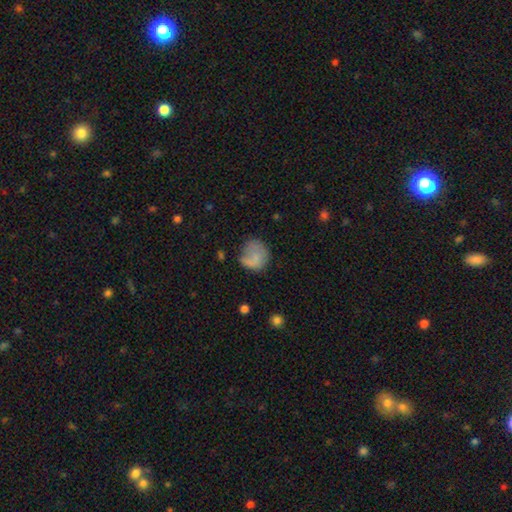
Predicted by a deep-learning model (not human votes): Smooth or featured? smooth (72%)
How rounded? round (76%)
Merging? none (49%)